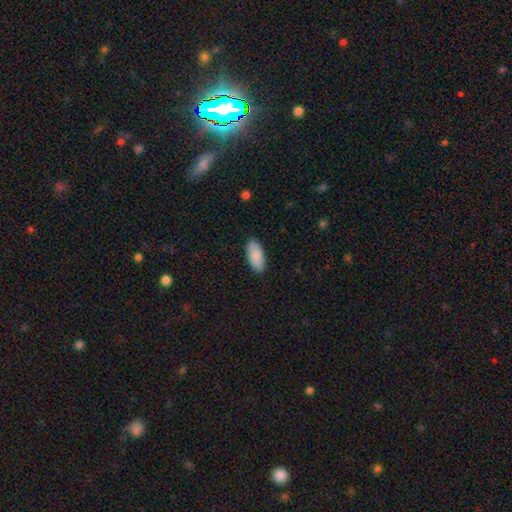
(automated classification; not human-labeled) Q: Smooth or featured?
A: smooth (89%); runner-up: star or artifact (6%)
Q: How rounded?
A: in between (89%); runner-up: cigar-shaped (9%)
Q: Merging?
A: none (88%); runner-up: minor disturbance (10%)